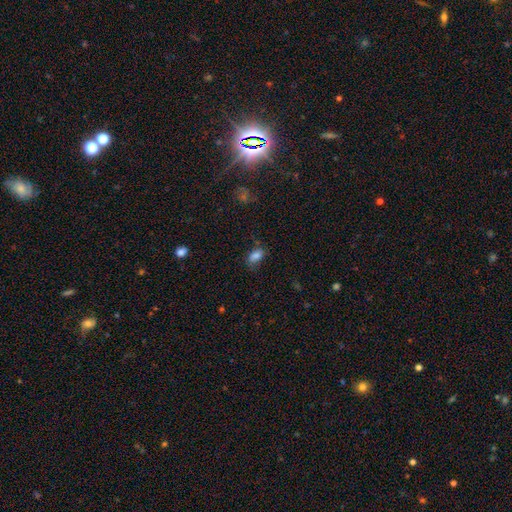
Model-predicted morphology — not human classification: The model was most divided on "merging": none: 69%, minor disturbance: 22%, major disturbance: 7%, merger: 3%. More confident: how rounded — in between (89%); smooth or featured — smooth (83%).